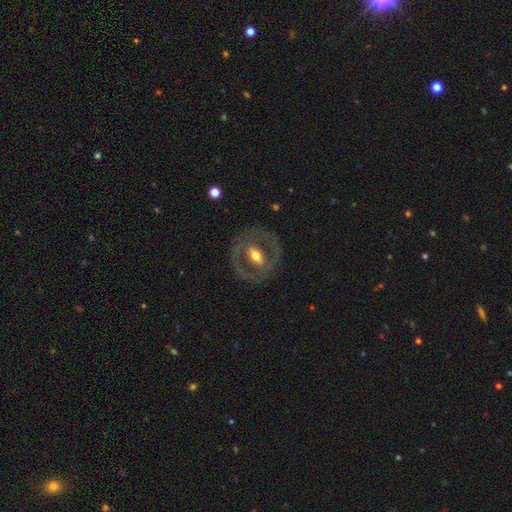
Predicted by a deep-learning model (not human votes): A featured or disk galaxy (73%) with a strong bar (45%), no spiral arms (56%) and a moderate central bulge (68%).

Vote fractions:
- Smooth or featured? featured or disk: 73% / smooth: 21% / star or artifact: 6%
- Edge-on disk? no: 92% / yes: 8%
- Bar? strong: 45% / weak: 32% / no: 23%
- Spiral arms? no: 56% / yes: 44%
- Bulge size? moderate: 68% / small: 17% / large: 13% / dominant: 1% / none: 1%
- Merging? none: 79% / minor disturbance: 11% / major disturbance: 8% / merger: 1%